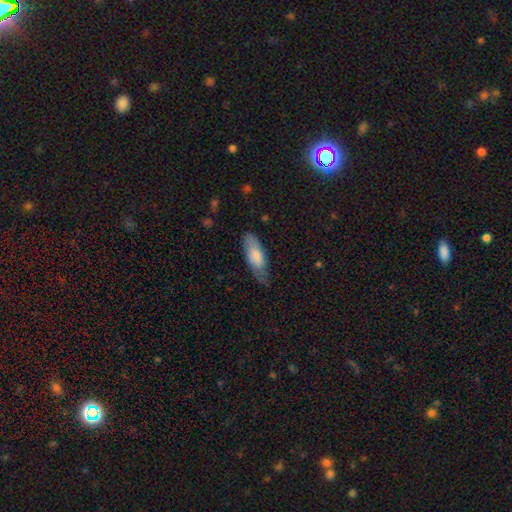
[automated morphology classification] The model was most divided on "merging": none: 60%, minor disturbance: 30%, major disturbance: 8%, merger: 1%. More confident: smooth or featured — smooth (74%); how rounded — in between (68%).